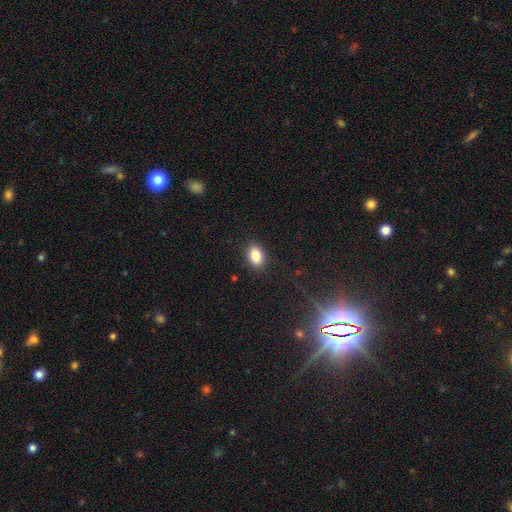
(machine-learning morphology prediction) smooth-or-featured: smooth: 86% | star or artifact: 9% | featured or disk: 5%
  how-rounded: in between: 86% | round: 13% | cigar-shaped: 2%
  merging: none: 87% | minor disturbance: 9% | major disturbance: 2% | merger: 1%